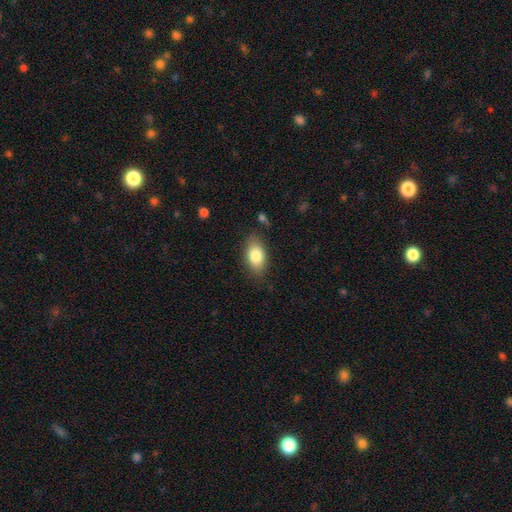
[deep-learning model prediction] smooth-or-featured: smooth: 81% | featured or disk: 12% | star or artifact: 7%
  how-rounded: in between: 89% | round: 7% | cigar-shaped: 4%
  merging: none: 80% | minor disturbance: 15% | major disturbance: 3% | merger: 2%